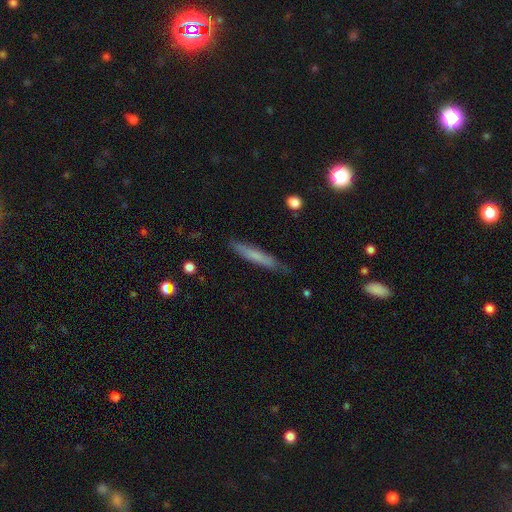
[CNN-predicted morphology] smooth 62%, featured or disk 31%, star or artifact 7%. Down the decision tree: how rounded — cigar-shaped (93%); merging — none (82%).